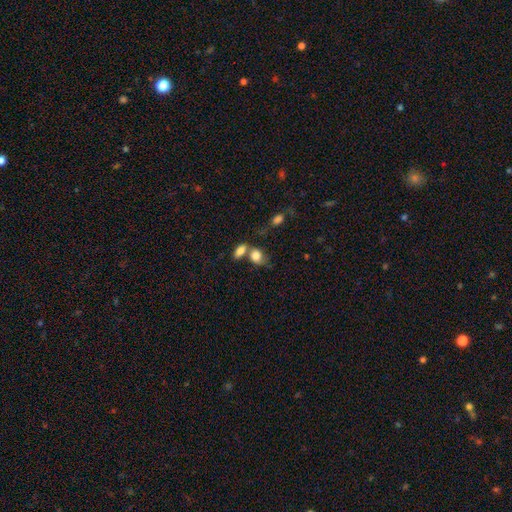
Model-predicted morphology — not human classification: smooth-or-featured: smooth: 82% | featured or disk: 10% | star or artifact: 9%
  how-rounded: in between: 71% | round: 27% | cigar-shaped: 2%
  merging: merger: 47% | none: 33% | minor disturbance: 13% | major disturbance: 7%